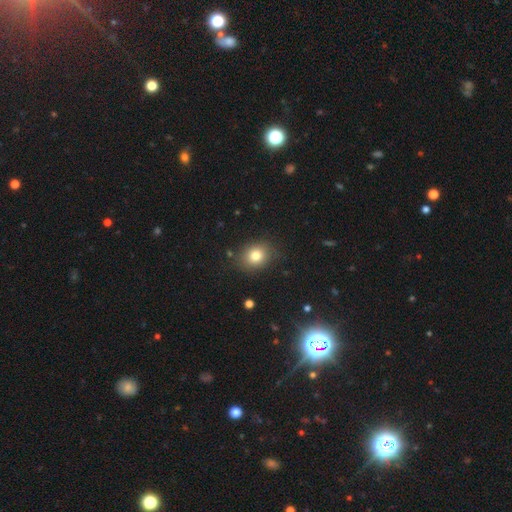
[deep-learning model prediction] smooth_or_featured: smooth (p=0.80) [alt: star or artifact p=0.12]
how_rounded: round (p=0.65) [alt: in between p=0.34]
merging: none (p=0.84) [alt: minor disturbance p=0.11]